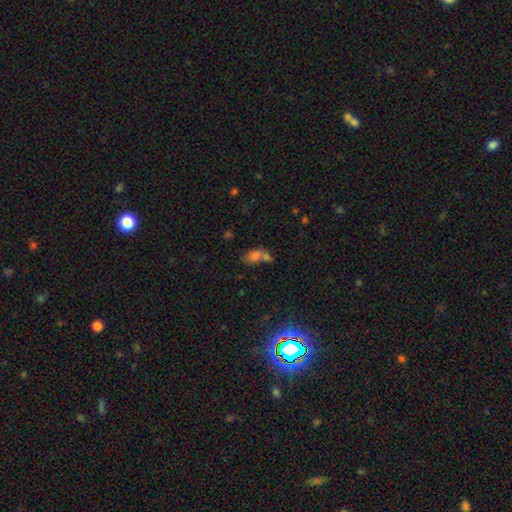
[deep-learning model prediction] Smooth or featured? smooth (57%)
How rounded? in between (71%)
Merging? merger (44%)